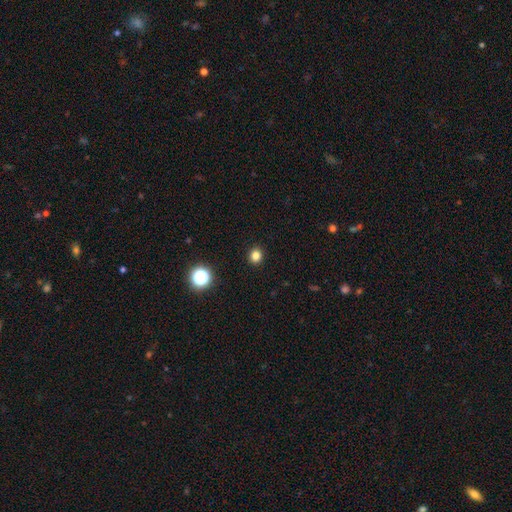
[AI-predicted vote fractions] A smooth galaxy with no disk features (81%) that is round (83%).

Vote fractions:
- Smooth or featured? smooth: 81% / star or artifact: 15% / featured or disk: 4%
- How rounded? round: 83% / in between: 16% / cigar-shaped: 1%
- Merging? none: 92% / minor disturbance: 5% / major disturbance: 2% / merger: 1%